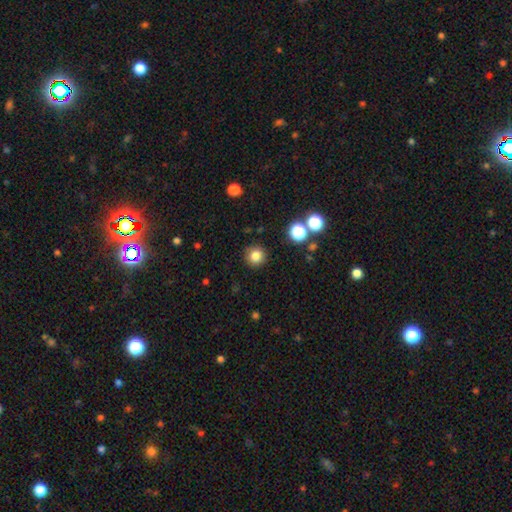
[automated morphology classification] Smooth or featured? Predicted: smooth (p=0.81). How rounded? Predicted: round (p=0.94). Merging? Predicted: none (p=0.90).